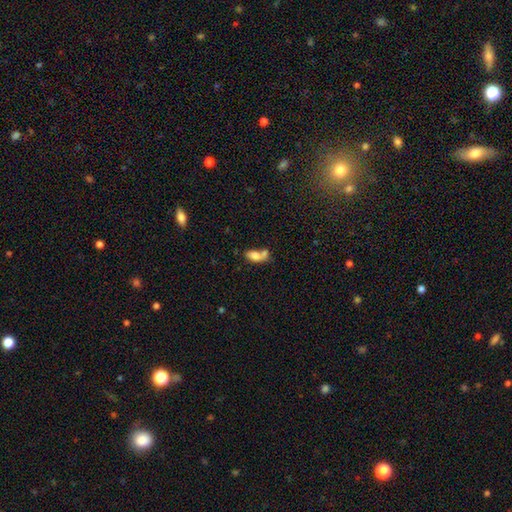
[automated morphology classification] The model was most divided on "merging": merger: 50%, none: 29%, minor disturbance: 13%, major disturbance: 7%. More confident: how rounded — in between (86%); smooth or featured — smooth (75%).